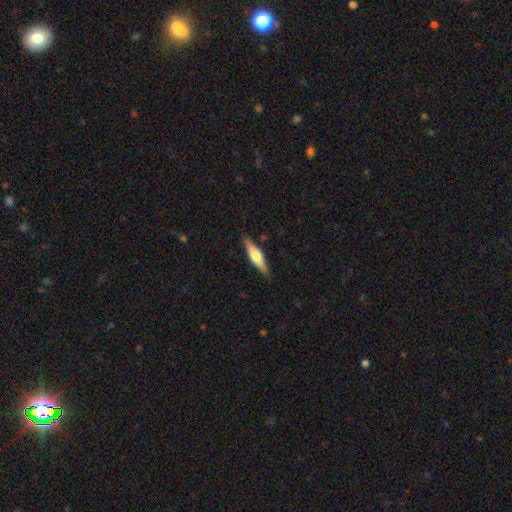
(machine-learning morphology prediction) Smooth or featured? Predicted: featured or disk (p=0.53). Edge-on disk? Predicted: yes (p=0.95). Edge-on bulge? Predicted: rounded (p=0.85). Merging? Predicted: none (p=0.88).